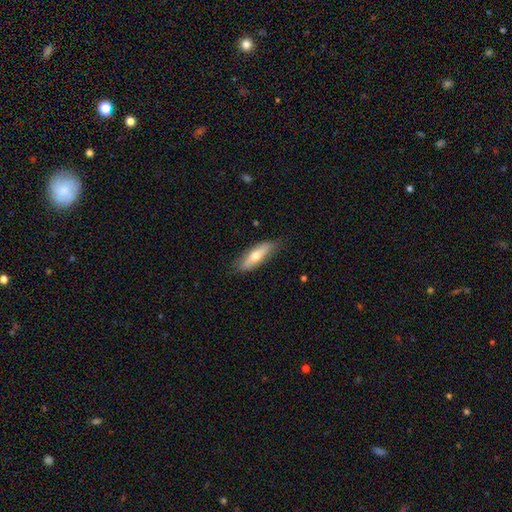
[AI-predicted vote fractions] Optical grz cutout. It shows a smooth galaxy with no disk features (55%) that is cigar-shaped (50%). Merging: none (80%).